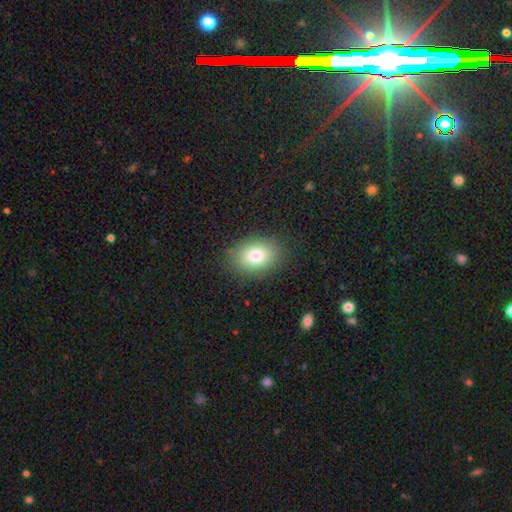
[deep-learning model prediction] Morphology: type=smooth (81%); roundness=in between (79%); merging=none (86%).